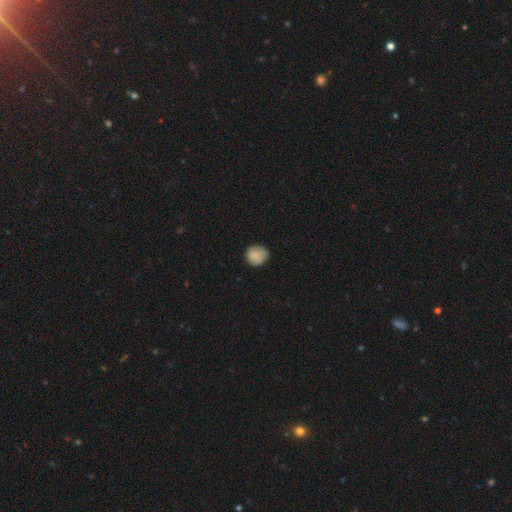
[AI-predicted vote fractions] This is clearly a smooth galaxy (84%). How rounded: clearly round (86%). Merging: clearly none (80%).